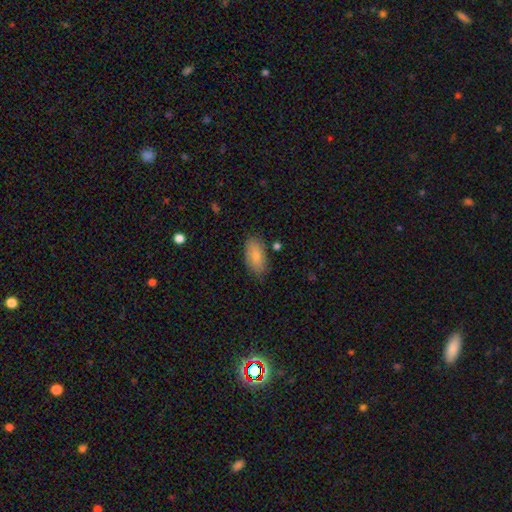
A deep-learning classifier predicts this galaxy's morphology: Smooth or featured? smooth (80%)
How rounded? in between (92%)
Merging? none (81%)